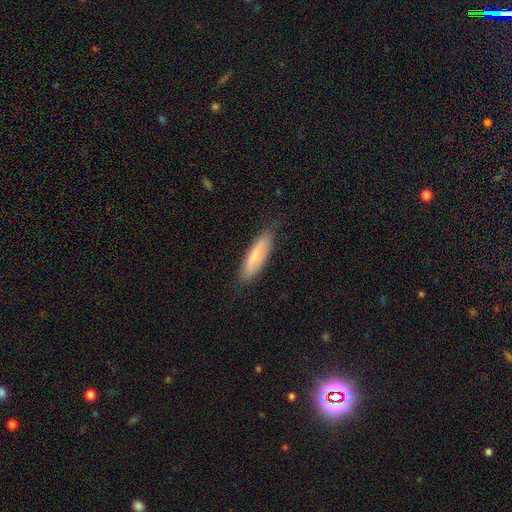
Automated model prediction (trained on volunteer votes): Smooth or featured? smooth (72%)
How rounded? cigar-shaped (65%)
Merging? none (80%)